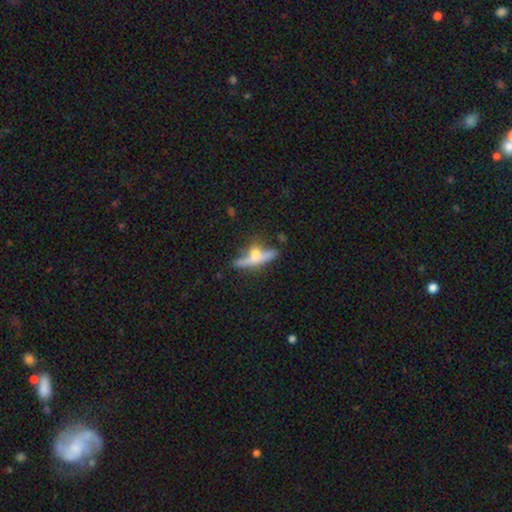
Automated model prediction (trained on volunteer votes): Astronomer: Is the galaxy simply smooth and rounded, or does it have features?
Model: featured or disk — 55% (runner-up: smooth, 35%).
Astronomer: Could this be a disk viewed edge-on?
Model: yes — 84%.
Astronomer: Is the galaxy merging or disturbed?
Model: none — 58%.